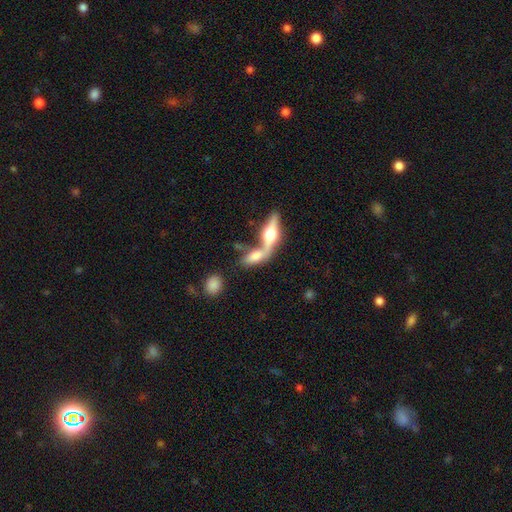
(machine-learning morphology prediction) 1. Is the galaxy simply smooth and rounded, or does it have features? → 55% smooth, 36% featured or disk, 9% star or artifact.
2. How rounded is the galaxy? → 62% in between, 32% cigar-shaped, 6% round.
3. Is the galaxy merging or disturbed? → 64% merger, 24% none, 7% minor disturbance, 5% major disturbance.